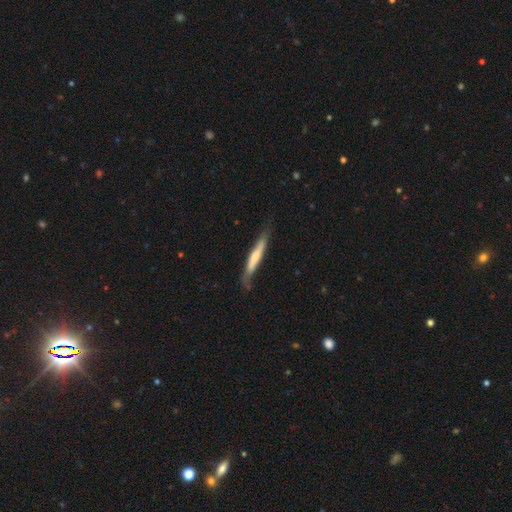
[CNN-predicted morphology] The model was most divided on "smooth or featured": smooth: 53%, featured or disk: 41%, star or artifact: 5%. More confident: how rounded — cigar-shaped (93%); merging — none (67%).